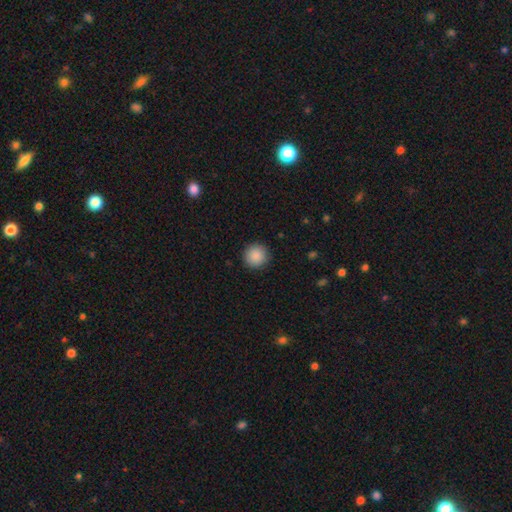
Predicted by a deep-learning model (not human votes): Smooth or featured? Predicted: smooth (p=0.89). How rounded? Predicted: round (p=0.95). Merging? Predicted: none (p=0.92).